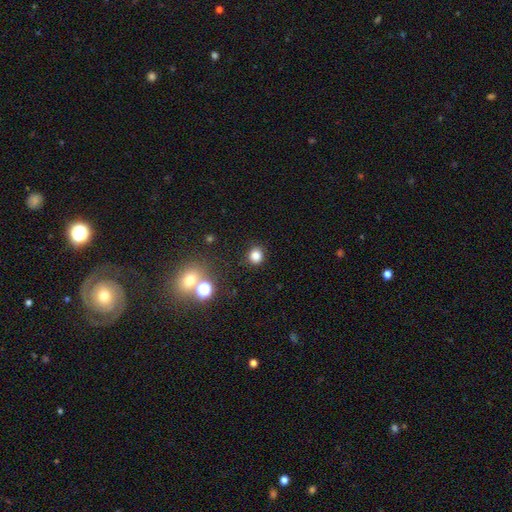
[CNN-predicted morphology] smooth_or_featured: smooth (p=0.82) [alt: star or artifact p=0.14]
how_rounded: round (p=0.79) [alt: in between p=0.20]
merging: none (p=0.87) [alt: minor disturbance p=0.08]